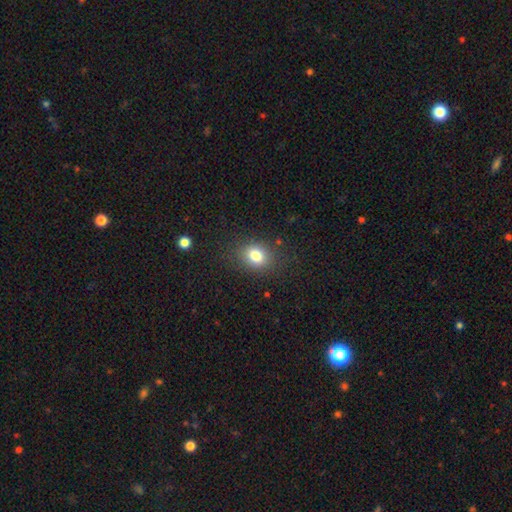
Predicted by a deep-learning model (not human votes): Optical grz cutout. It shows a smooth galaxy with no disk features (80%) that is in between round and cigar-shaped (55%). Merging: none (83%).